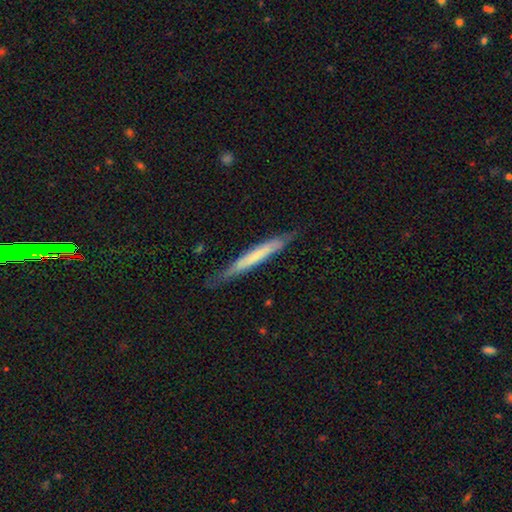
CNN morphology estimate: Smooth or featured?
  - smooth: 52% *
  - featured or disk: 42%
  - star or artifact: 6%
How rounded?
  - cigar-shaped: 96% *
  - in between: 3%
  - round: 1%
Merging?
  - none: 77% *
  - minor disturbance: 18%
  - major disturbance: 3%
  - merger: 1%